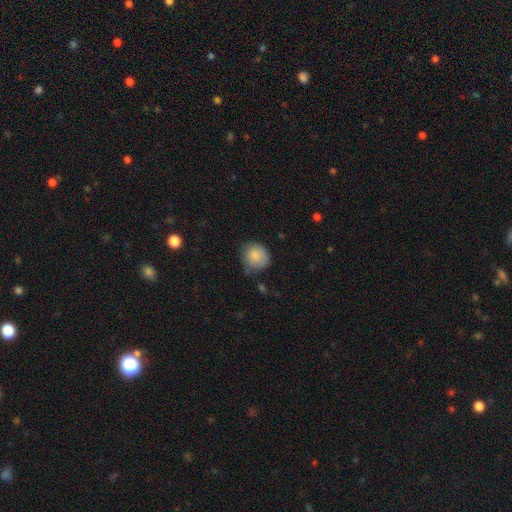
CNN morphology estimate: Smooth or featured: smooth — 84% (featured or disk — 8%)
How rounded: round — 82% (in between — 17%)
Merging: none — 62% (minor disturbance — 29%)